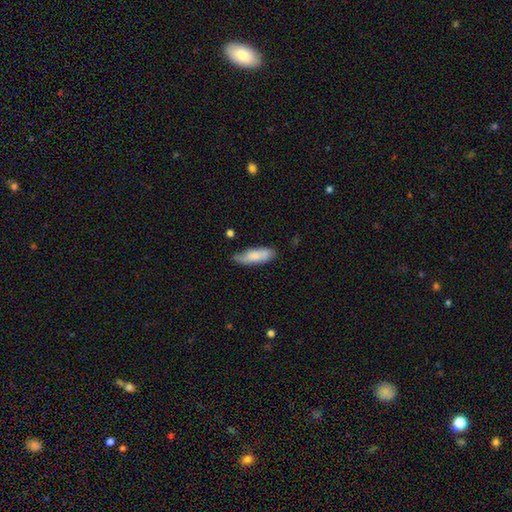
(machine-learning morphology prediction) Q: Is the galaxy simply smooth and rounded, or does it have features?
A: smooth — 73%.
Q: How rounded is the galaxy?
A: in between — 57%.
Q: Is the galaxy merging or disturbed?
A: none — 63%.